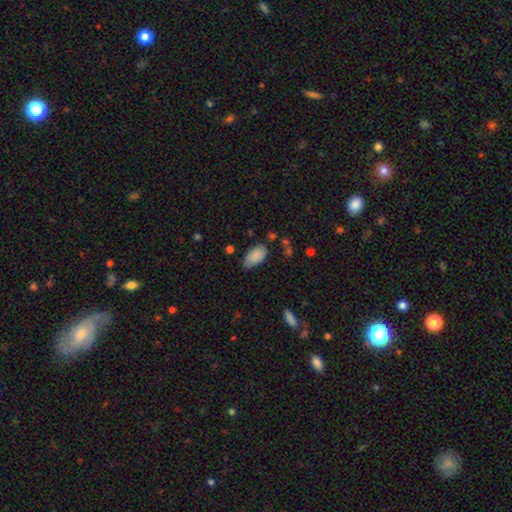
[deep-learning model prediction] Smooth or featured? Predicted: smooth (p=0.86). How rounded? Predicted: in between (p=0.94). Merging? Predicted: none (p=0.64).